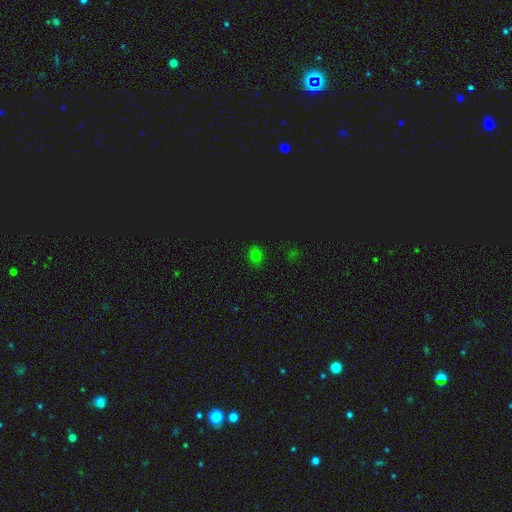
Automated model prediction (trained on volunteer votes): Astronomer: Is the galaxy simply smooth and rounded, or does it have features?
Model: smooth — 69%.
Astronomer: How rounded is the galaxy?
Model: round — 65%.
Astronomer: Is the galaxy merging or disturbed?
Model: none — 88%.